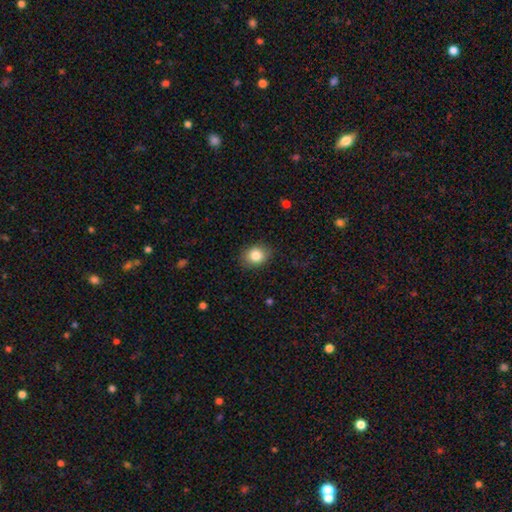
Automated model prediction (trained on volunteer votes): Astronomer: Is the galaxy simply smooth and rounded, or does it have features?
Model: smooth — 84%.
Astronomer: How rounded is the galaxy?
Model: round — 59% (runner-up: in between, 40%).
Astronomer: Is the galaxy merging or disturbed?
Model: none — 85%.